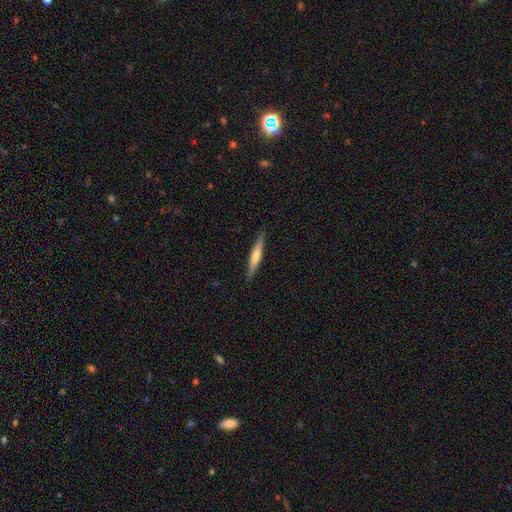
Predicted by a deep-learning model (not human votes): This is possibly a featured or disk galaxy (49%). Merging: clearly none (91%).